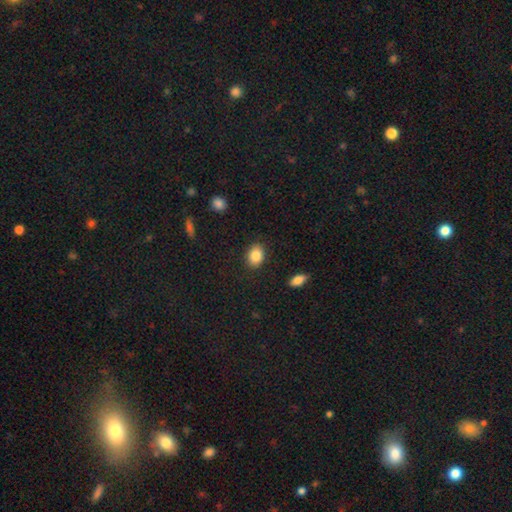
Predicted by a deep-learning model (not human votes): Smooth or featured? Predicted: smooth (p=0.85). How rounded? Predicted: in between (p=0.72). Merging? Predicted: none (p=0.87).